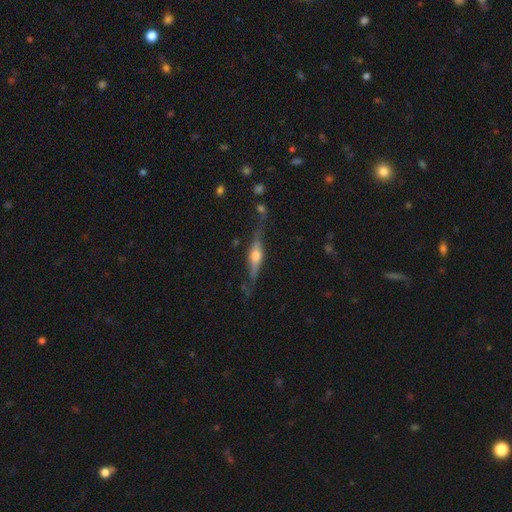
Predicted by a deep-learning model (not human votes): Morphology: type=featured or disk (71%); edge-on=yes (93%); edge-on bulge=rounded (92%); merging=none (68%).